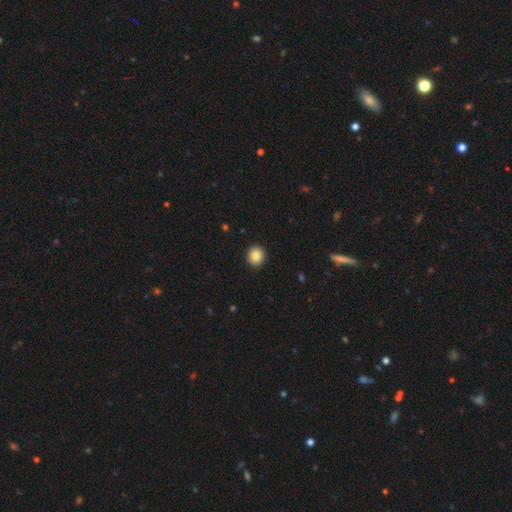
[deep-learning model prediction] A smooth galaxy with no disk features (85%) that is round (86%).

Vote fractions:
- Smooth or featured? smooth: 85% / star or artifact: 9% / featured or disk: 6%
- How rounded? round: 86% / in between: 13% / cigar-shaped: 1%
- Merging? none: 92% / minor disturbance: 5% / major disturbance: 2% / merger: 1%